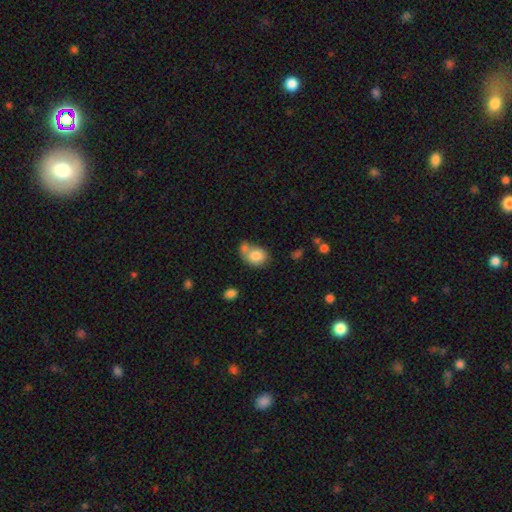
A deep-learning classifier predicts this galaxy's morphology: smooth 81%, featured or disk 11%, star or artifact 8%. Down the decision tree: how rounded — round (55%); merging — merger (45%).